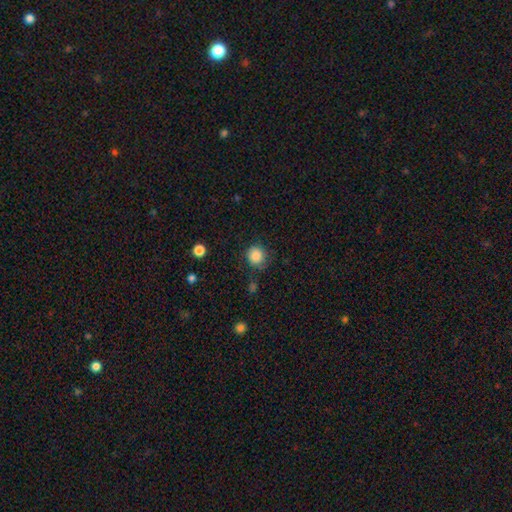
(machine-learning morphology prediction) Smooth or featured?
  - smooth: 86% *
  - star or artifact: 10%
  - featured or disk: 5%
How rounded?
  - round: 88% *
  - in between: 11%
  - cigar-shaped: 1%
Merging?
  - none: 79% *
  - minor disturbance: 15%
  - major disturbance: 4%
  - merger: 2%